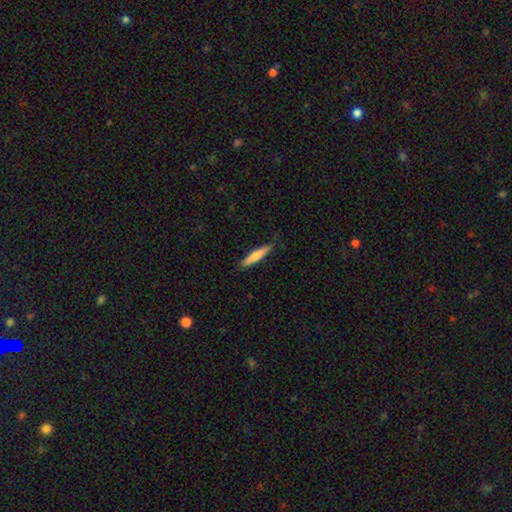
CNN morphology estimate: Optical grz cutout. It shows a smooth galaxy with no disk features (71%) that is cigar-shaped (89%). Merging: none (84%).